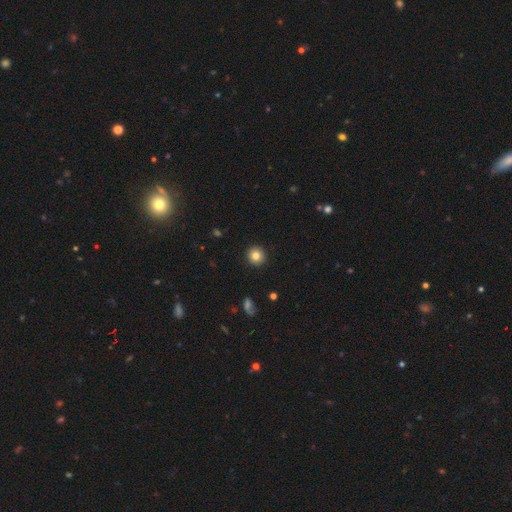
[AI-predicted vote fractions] Smooth or featured: smooth — 82% (star or artifact — 10%)
How rounded: round — 94% (in between — 5%)
Merging: none — 93% (minor disturbance — 5%)